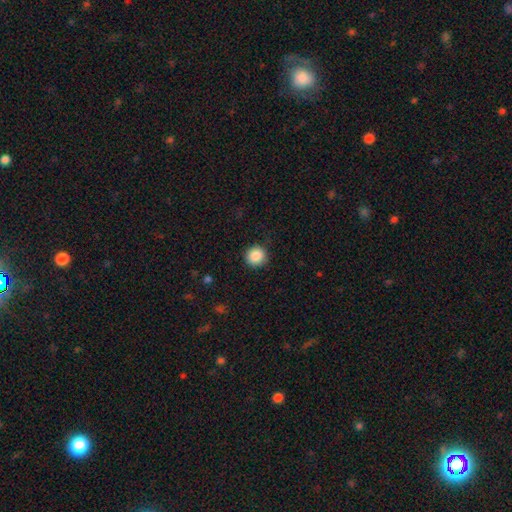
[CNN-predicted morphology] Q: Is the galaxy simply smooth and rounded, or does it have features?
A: smooth — 87%.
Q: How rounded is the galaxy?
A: round — 91%.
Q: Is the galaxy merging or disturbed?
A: none — 87%.